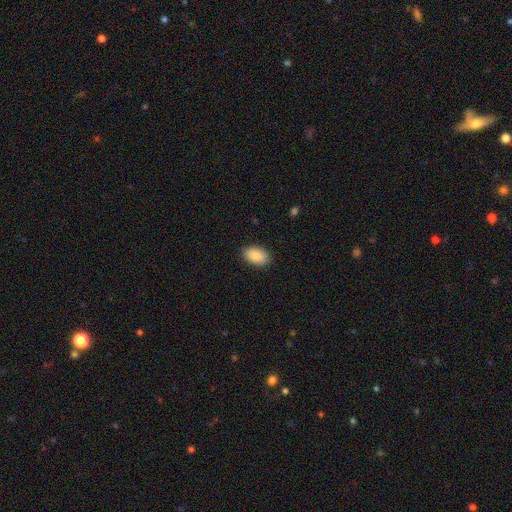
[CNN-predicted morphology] The model was most divided on "merging": none: 89%, minor disturbance: 8%, major disturbance: 2%, merger: 1%. More confident: how rounded — in between (92%); smooth or featured — smooth (89%).